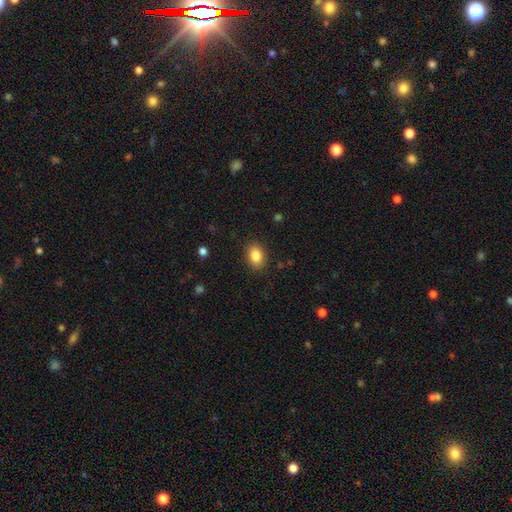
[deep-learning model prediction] smooth_or_featured: smooth (p=0.85) [alt: star or artifact p=0.09]
how_rounded: in between (p=0.79) [alt: round p=0.20]
merging: none (p=0.88) [alt: minor disturbance p=0.09]